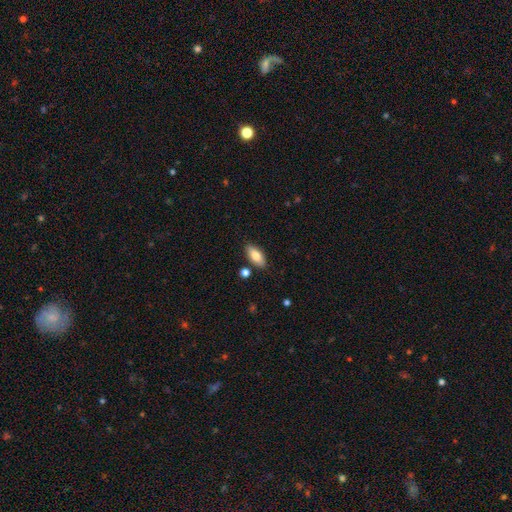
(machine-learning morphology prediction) smooth 79%, featured or disk 14%, star or artifact 7%. Down the decision tree: how rounded — in between (85%); merging — none (83%).